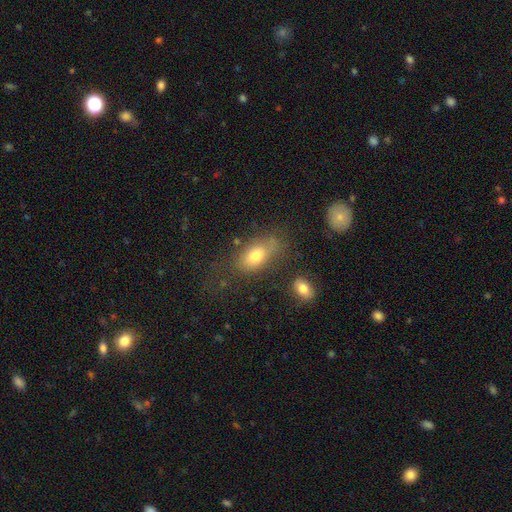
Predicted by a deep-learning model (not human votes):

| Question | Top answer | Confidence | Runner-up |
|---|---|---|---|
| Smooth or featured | smooth | 74% | featured or disk (16%) |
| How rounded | in between | 87% | round (9%) |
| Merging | none | 60% | minor disturbance (21%) |